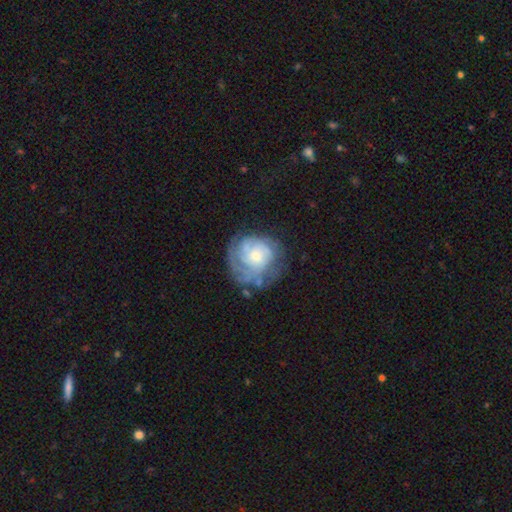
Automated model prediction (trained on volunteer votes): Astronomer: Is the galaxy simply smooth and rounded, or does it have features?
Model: featured or disk — 70%.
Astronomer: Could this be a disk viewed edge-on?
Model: no — 98%.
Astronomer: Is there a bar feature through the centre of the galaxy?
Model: no — 74%.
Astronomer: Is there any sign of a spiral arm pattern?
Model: yes — 84%.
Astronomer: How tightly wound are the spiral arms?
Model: tight — 63%.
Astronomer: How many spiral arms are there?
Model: can't tell — 51%.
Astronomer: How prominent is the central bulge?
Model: small — 49% (runner-up: moderate, 40%).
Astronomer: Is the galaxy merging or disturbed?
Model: none — 59%.